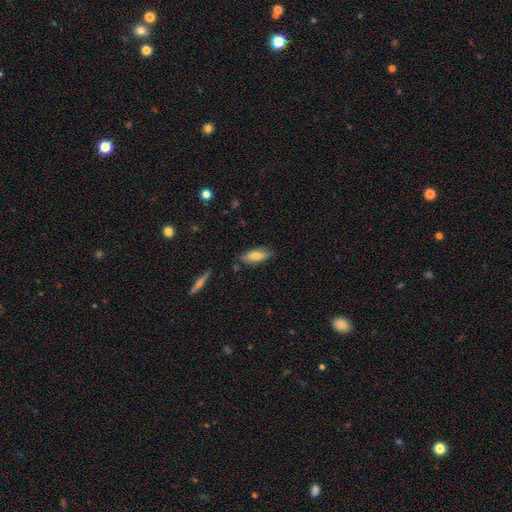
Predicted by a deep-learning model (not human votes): A smooth galaxy with no disk features (73%) that is in between round and cigar-shaped (67%). Merging: none (78%).